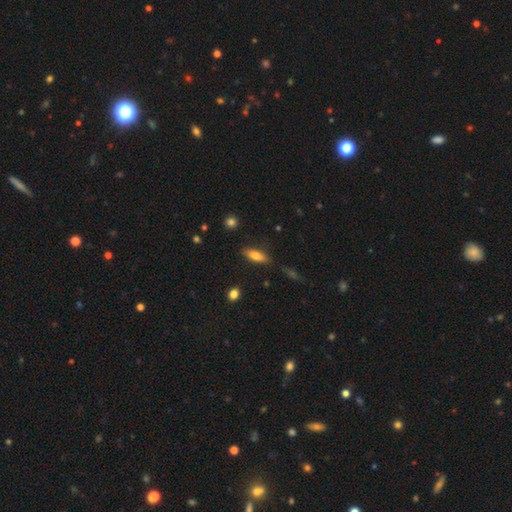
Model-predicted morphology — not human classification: Smooth or featured? Predicted: smooth (p=0.71). How rounded? Predicted: in between (p=0.56). Merging? Predicted: none (p=0.82).